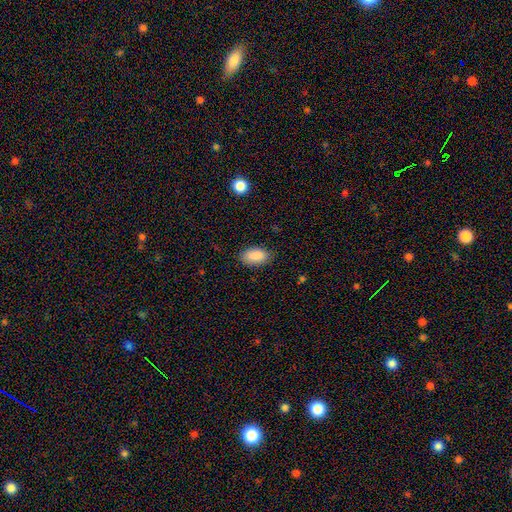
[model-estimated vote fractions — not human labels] smooth-or-featured: smooth: 89% | star or artifact: 7% | featured or disk: 4%
  how-rounded: in between: 93% | round: 4% | cigar-shaped: 2%
  merging: none: 83% | minor disturbance: 13% | major disturbance: 3% | merger: 1%